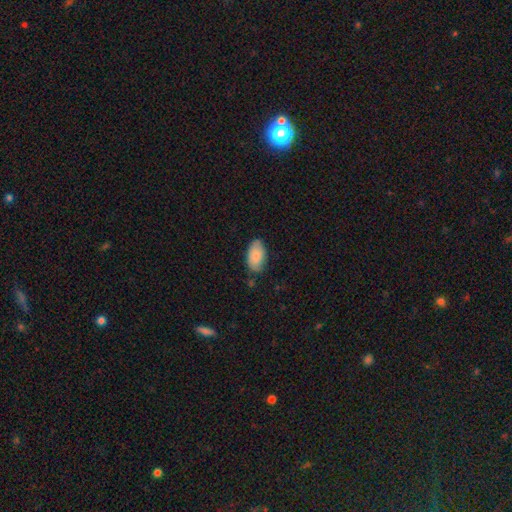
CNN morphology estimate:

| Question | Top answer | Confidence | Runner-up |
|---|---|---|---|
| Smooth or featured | smooth | 85% | featured or disk (8%) |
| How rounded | in between | 95% | round (3%) |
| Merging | none | 75% | minor disturbance (20%) |